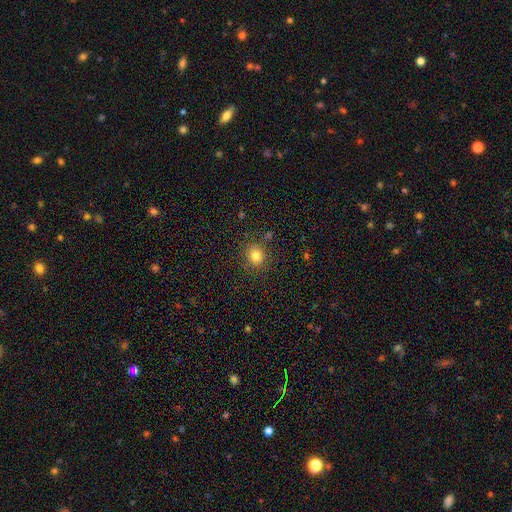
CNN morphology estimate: type=smooth (81%); roundness=round (84%); merging=none (85%).